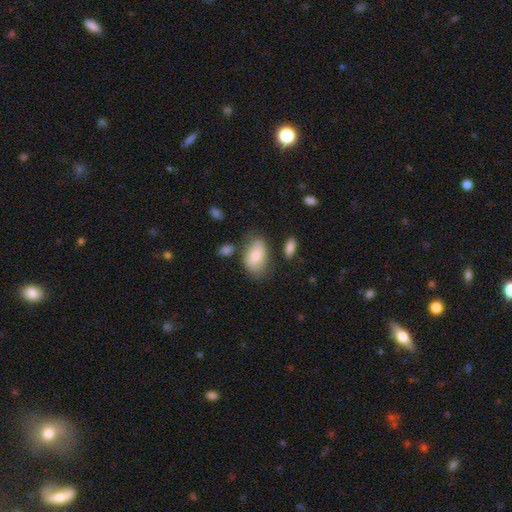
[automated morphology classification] This is likely a smooth galaxy (70%). How rounded: clearly in between (90%). Merging: likely none (63%).